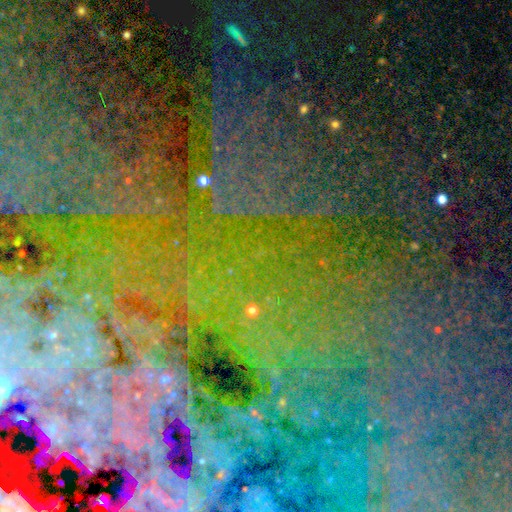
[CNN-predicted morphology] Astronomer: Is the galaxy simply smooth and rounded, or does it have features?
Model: star or artifact — 74%.